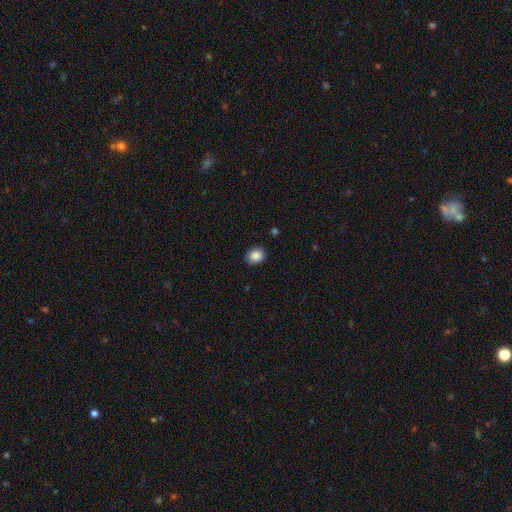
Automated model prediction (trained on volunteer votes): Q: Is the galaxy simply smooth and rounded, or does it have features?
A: smooth — 87%.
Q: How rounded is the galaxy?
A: in between — 50%.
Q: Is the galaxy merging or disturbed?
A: none — 87%.